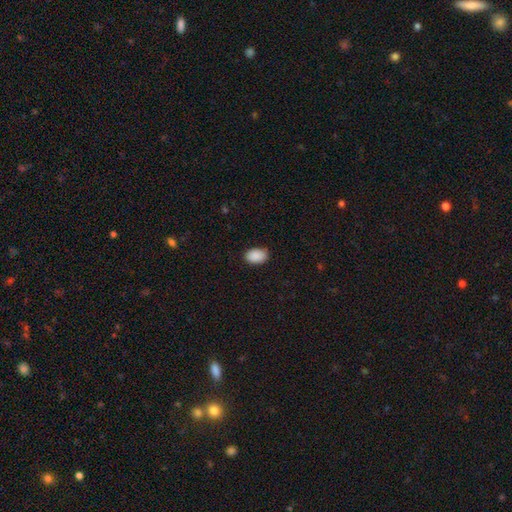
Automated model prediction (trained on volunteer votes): smooth_or_featured: smooth (p=0.90) [alt: star or artifact p=0.07]
how_rounded: in between (p=0.87) [alt: round p=0.12]
merging: none (p=0.87) [alt: minor disturbance p=0.10]